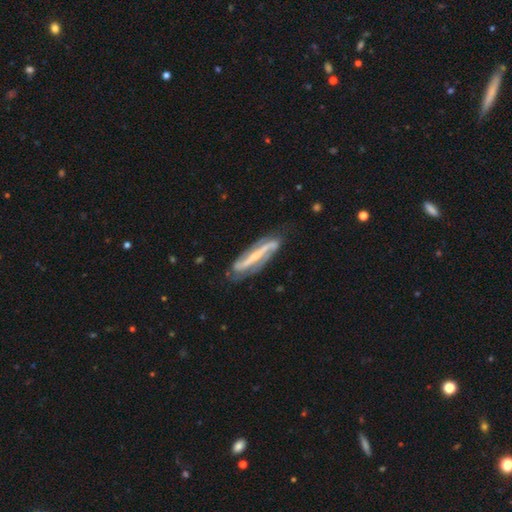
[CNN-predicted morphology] Smooth or featured? featured or disk (87%)
Edge-on disk? no (79%)
Bar? strong (69%)
Spiral arms? yes (94%)
Spiral winding? medium (39%)
Spiral arm count? 2 (90%)
Bulge size? small (65%)
Merging? none (76%)